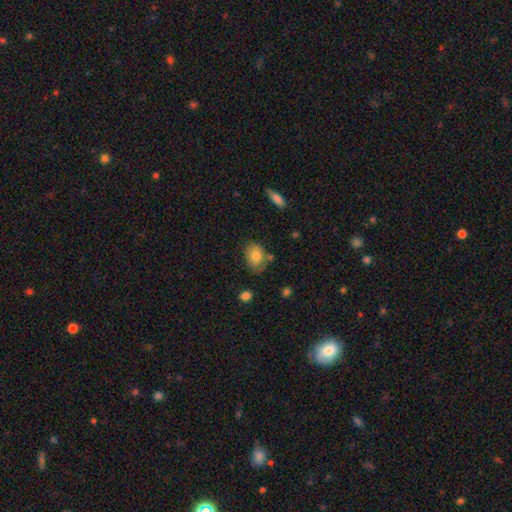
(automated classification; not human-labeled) This is likely a smooth galaxy (76%). How rounded: likely in between (75%). Merging: likely none (62%).